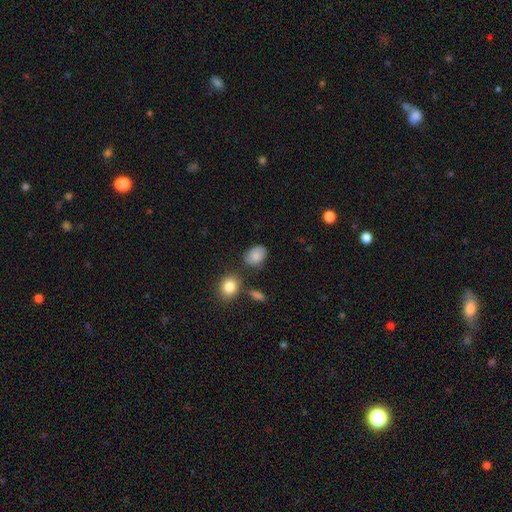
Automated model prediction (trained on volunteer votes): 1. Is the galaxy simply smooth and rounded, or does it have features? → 83% smooth, 9% star or artifact, 8% featured or disk.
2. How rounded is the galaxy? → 77% in between, 22% round, 1% cigar-shaped.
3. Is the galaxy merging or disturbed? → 71% none, 18% minor disturbance, 6% merger, 5% major disturbance.